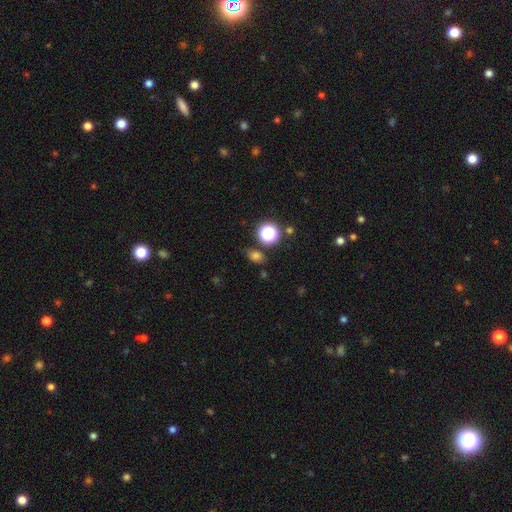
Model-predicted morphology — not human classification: Q: Smooth or featured?
A: smooth (69%); runner-up: star or artifact (24%)
Q: How rounded?
A: in between (61%); runner-up: round (37%)
Q: Merging?
A: none (75%); runner-up: minor disturbance (15%)